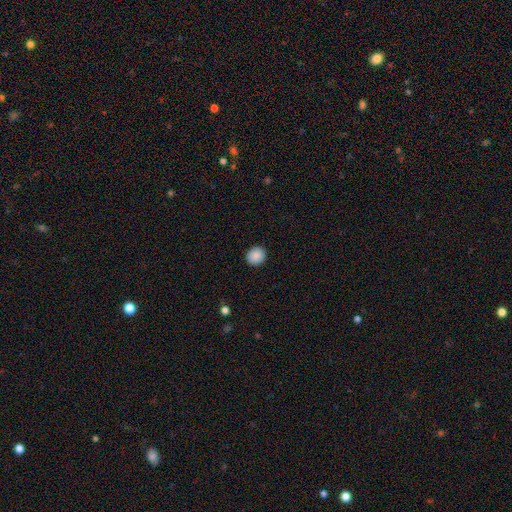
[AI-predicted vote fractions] smooth_or_featured: smooth (p=0.89) [alt: star or artifact p=0.08]
how_rounded: round (p=0.86) [alt: in between p=0.13]
merging: none (p=0.92) [alt: minor disturbance p=0.06]